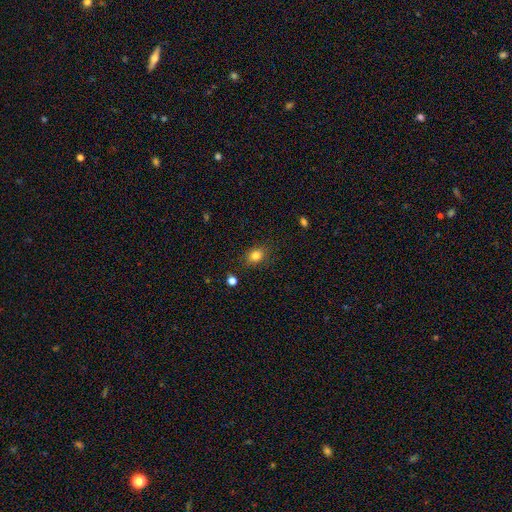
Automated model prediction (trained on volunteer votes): This is clearly a smooth galaxy (82%). How rounded: possibly in between (56%). Merging: clearly none (84%).